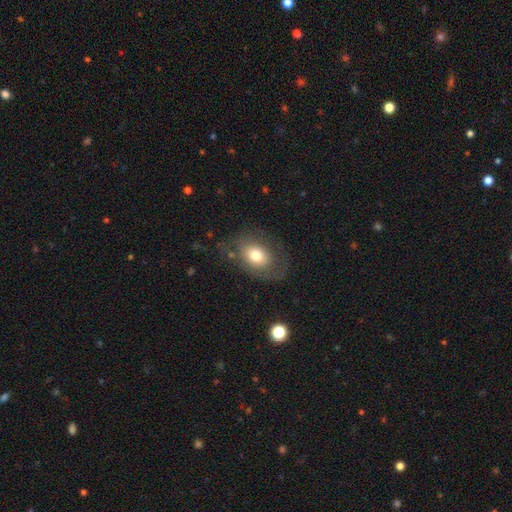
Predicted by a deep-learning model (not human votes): A smooth galaxy with no disk features (64%) that is in between round and cigar-shaped (71%).

Vote fractions:
- Smooth or featured? smooth: 64% / featured or disk: 27% / star or artifact: 9%
- How rounded? in between: 71% / round: 28% / cigar-shaped: 1%
- Merging? none: 65% / minor disturbance: 19% / major disturbance: 14% / merger: 2%